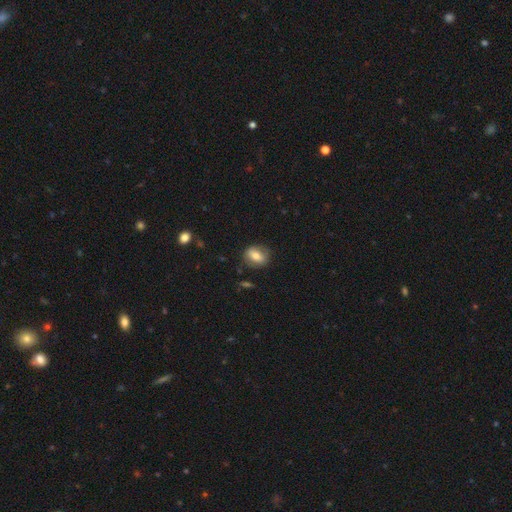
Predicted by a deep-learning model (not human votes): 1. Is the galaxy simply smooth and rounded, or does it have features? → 65% smooth, 27% featured or disk, 8% star or artifact.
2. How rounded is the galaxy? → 56% in between, 42% round, 2% cigar-shaped.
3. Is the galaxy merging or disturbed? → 77% none, 16% minor disturbance, 5% major disturbance, 2% merger.